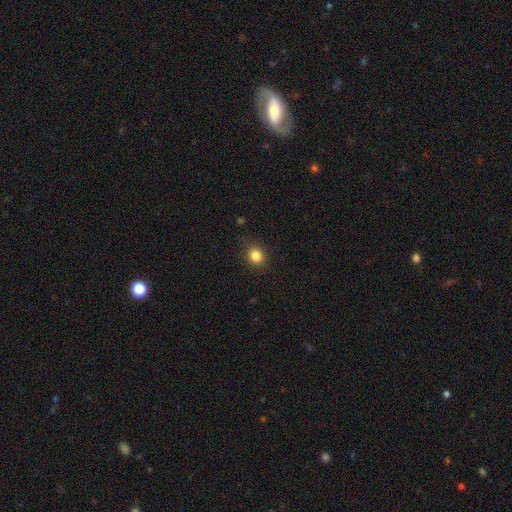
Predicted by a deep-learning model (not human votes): smooth_or_featured: smooth (p=0.84) [alt: star or artifact p=0.11]
how_rounded: round (p=0.77) [alt: in between p=0.22]
merging: none (p=0.85) [alt: minor disturbance p=0.11]